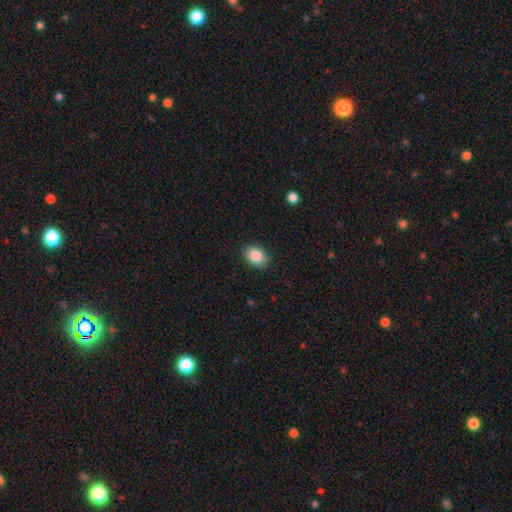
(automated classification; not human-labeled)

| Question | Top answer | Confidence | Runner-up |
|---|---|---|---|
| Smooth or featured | smooth | 88% | star or artifact (8%) |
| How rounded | in between | 82% | round (17%) |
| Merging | none | 88% | minor disturbance (9%) |